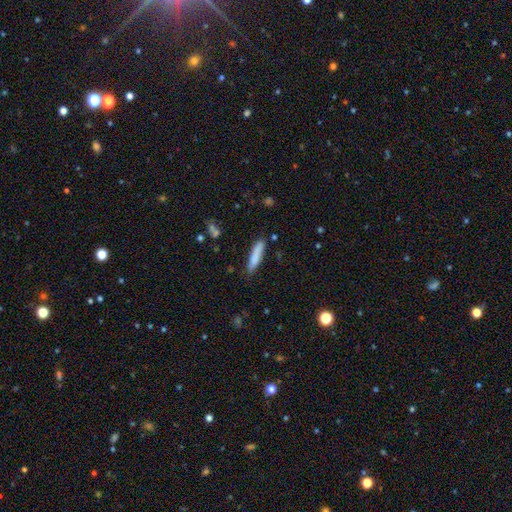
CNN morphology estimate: Q: Smooth or featured?
A: smooth (83%); runner-up: featured or disk (11%)
Q: How rounded?
A: cigar-shaped (83%); runner-up: in between (15%)
Q: Merging?
A: none (81%); runner-up: minor disturbance (14%)